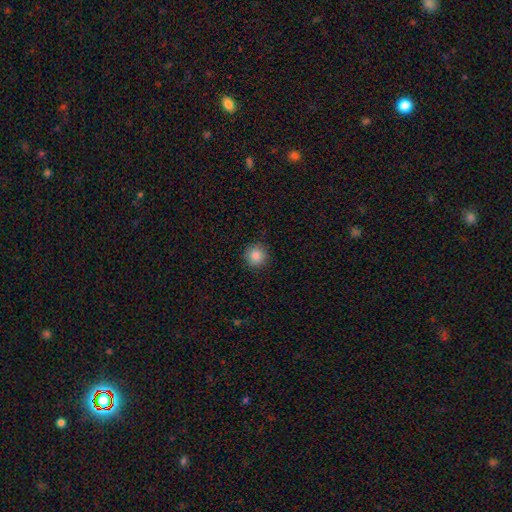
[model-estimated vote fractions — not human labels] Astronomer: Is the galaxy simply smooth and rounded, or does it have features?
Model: smooth — 86%.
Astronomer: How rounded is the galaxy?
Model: round — 94%.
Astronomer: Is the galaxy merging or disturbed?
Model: none — 91%.